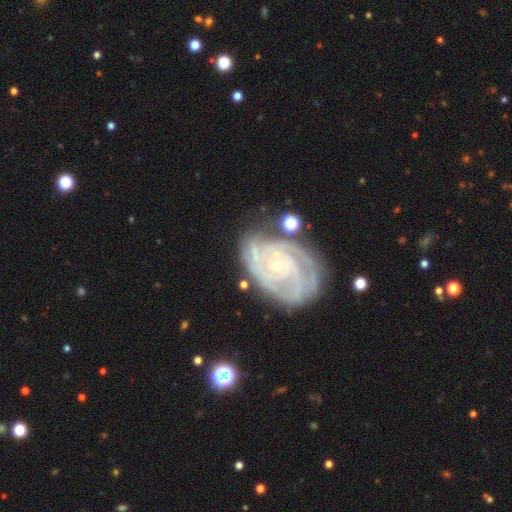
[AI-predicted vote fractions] Morphology: type=featured or disk (87%); edge-on=no (98%); bar=no (76%); spiral arms=yes (97%); winding=tight (72%); arm count=2 (31%); bulge=small (77%); merging=none (61%).